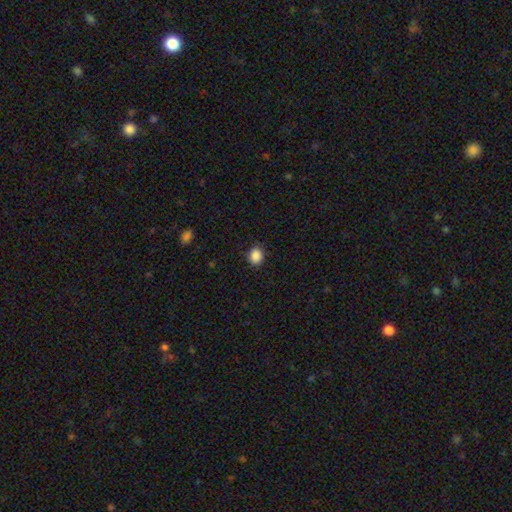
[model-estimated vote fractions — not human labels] A smooth galaxy with no disk features (88%) that is round (63%).

Vote fractions:
- Smooth or featured? smooth: 88% / star or artifact: 10% / featured or disk: 3%
- How rounded? round: 63% / in between: 36% / cigar-shaped: 1%
- Merging? none: 88% / minor disturbance: 9% / major disturbance: 2% / merger: 1%